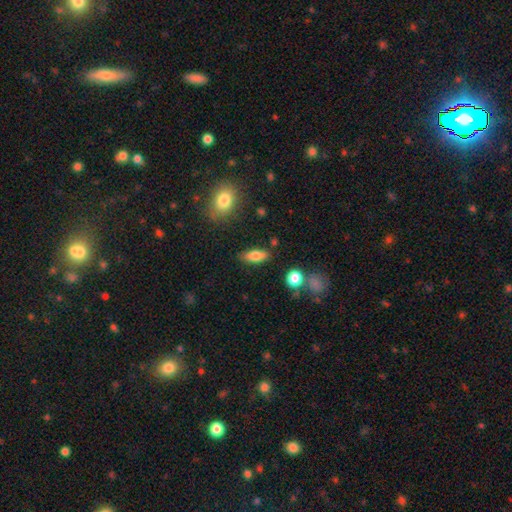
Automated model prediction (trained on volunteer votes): A smooth galaxy with no disk features (79%) that is in between round and cigar-shaped (76%). Merging: none (82%).